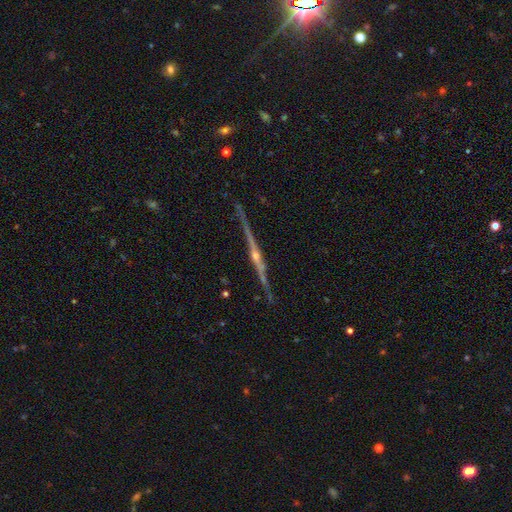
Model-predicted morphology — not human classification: Smooth or featured?
  - featured or disk: 88% *
  - star or artifact: 6%
  - smooth: 5%
Edge-on disk?
  - yes: 98% *
  - no: 2%
Edge-on bulge?
  - rounded: 89% *
  - none: 6%
  - boxy: 5%
Merging?
  - none: 88% *
  - minor disturbance: 9%
  - major disturbance: 2%
  - merger: 2%